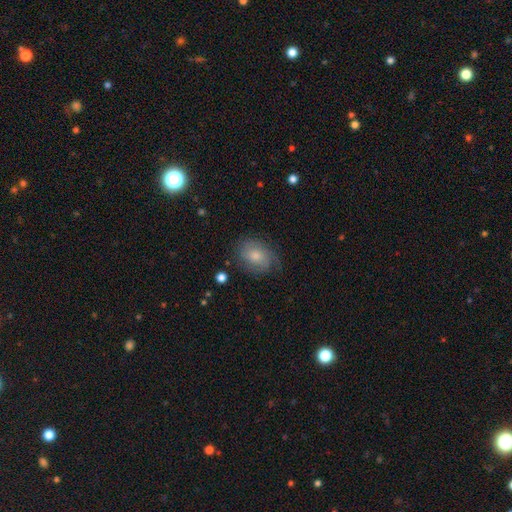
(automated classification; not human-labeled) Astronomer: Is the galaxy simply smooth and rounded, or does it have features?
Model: smooth — 65%.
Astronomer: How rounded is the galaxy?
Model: in between — 66%.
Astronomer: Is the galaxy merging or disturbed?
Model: none — 67%.